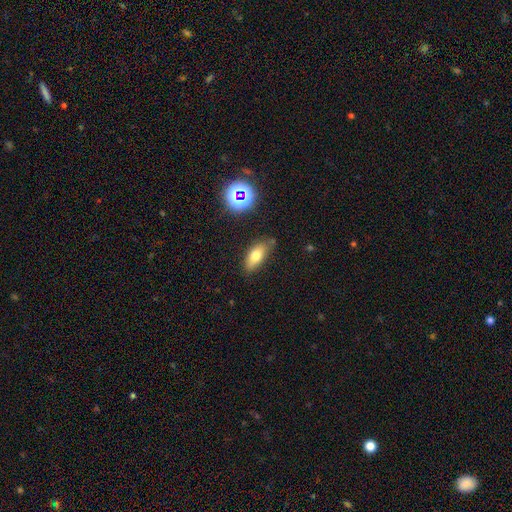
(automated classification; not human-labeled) The model was most divided on "smooth or featured": smooth: 70%, featured or disk: 18%, star or artifact: 11%. More confident: how rounded — in between (79%); merging — none (75%).